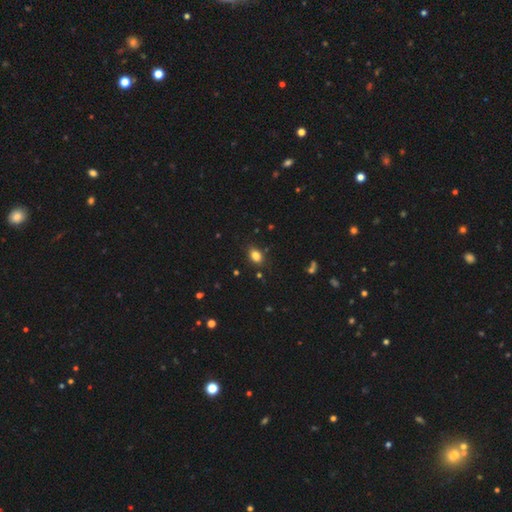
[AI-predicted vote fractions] Smooth or featured? Predicted: smooth (p=0.83). How rounded? Predicted: in between (p=0.77). Merging? Predicted: none (p=0.83).